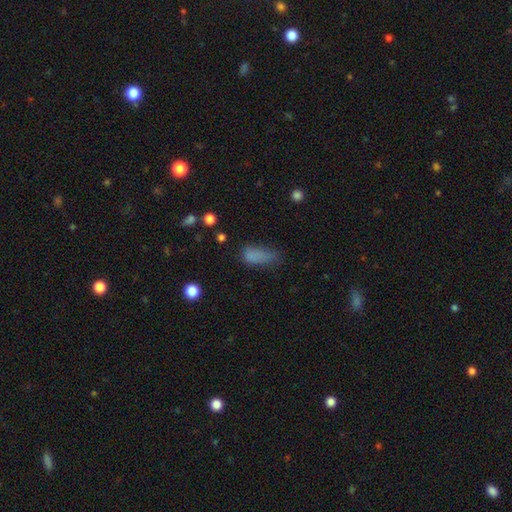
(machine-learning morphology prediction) Smooth or featured?
  - smooth: 76% *
  - star or artifact: 14%
  - featured or disk: 10%
How rounded?
  - in between: 75% *
  - cigar-shaped: 20%
  - round: 5%
Merging?
  - none: 38% *
  - minor disturbance: 33%
  - major disturbance: 25%
  - merger: 4%